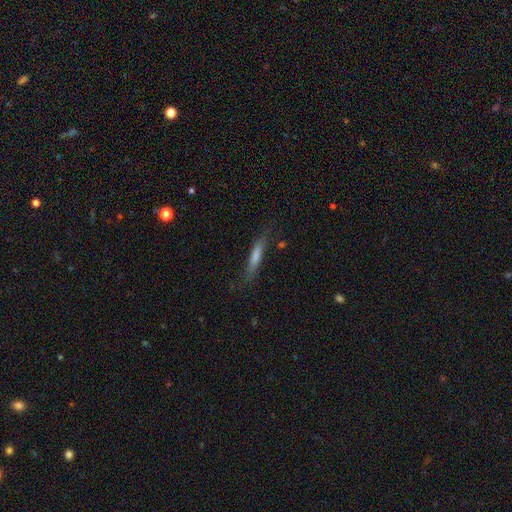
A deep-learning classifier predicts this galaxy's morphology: This appears to be a smooth galaxy with no disk features (55%) that is cigar-shaped (91%). Merging: none (73%).